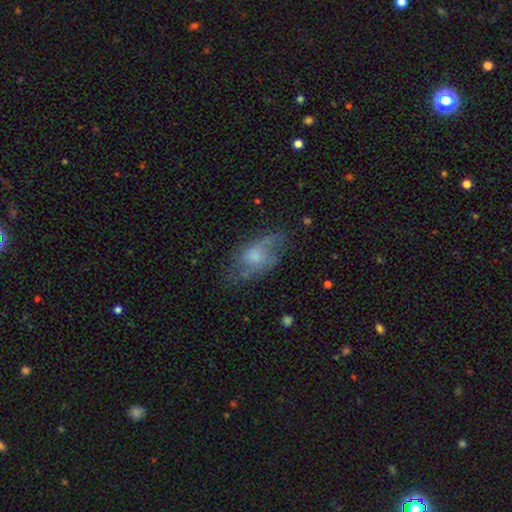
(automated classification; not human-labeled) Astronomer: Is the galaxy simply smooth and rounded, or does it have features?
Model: smooth — 47% (runner-up: featured or disk, 45%).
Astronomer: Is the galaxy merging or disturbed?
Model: none — 49% (runner-up: minor disturbance, 27%).